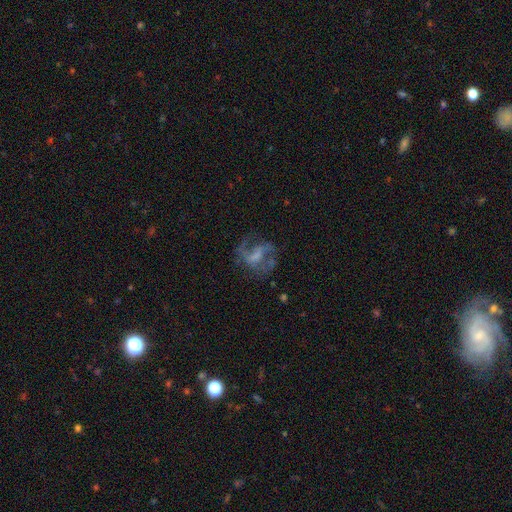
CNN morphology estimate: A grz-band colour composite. It shows a featured or disk galaxy (69%) with a weak bar (44%), spiral arms (74%) and no central bulge (43%). Merging: none (47%).